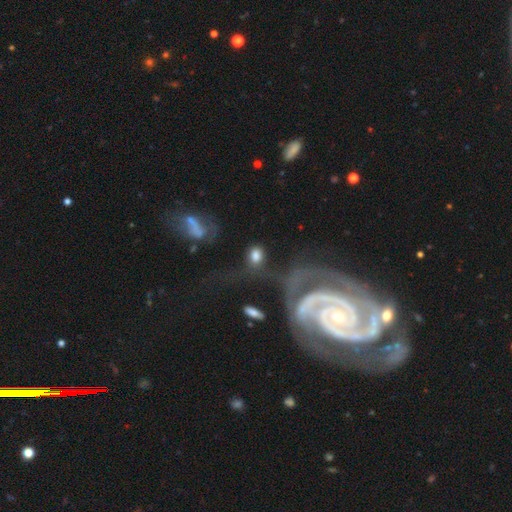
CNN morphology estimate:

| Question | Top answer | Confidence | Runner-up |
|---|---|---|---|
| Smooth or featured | smooth | 69% | featured or disk (20%) |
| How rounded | in between | 54% | round (43%) |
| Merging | none | 42% | major disturbance (25%) |